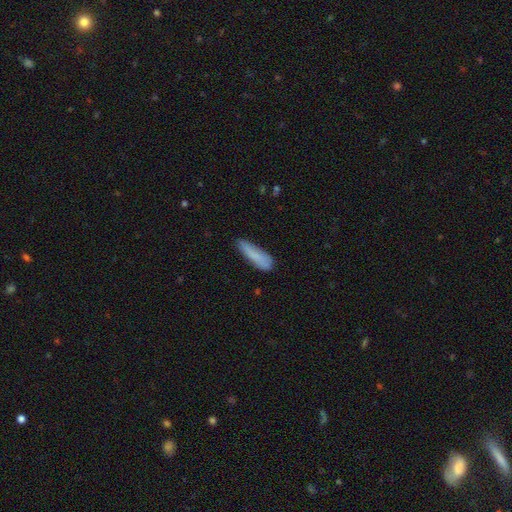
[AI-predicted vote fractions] Smooth or featured? Predicted: smooth (p=0.82). How rounded? Predicted: cigar-shaped (p=0.70). Merging? Predicted: none (p=0.69).